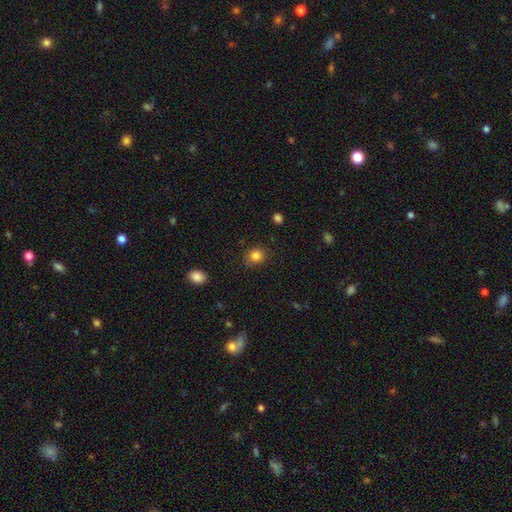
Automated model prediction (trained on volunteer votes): smooth-or-featured: smooth: 84% | star or artifact: 11% | featured or disk: 5%
  how-rounded: round: 73% | in between: 27% | cigar-shaped: 1%
  merging: none: 83% | minor disturbance: 12% | major disturbance: 3% | merger: 1%